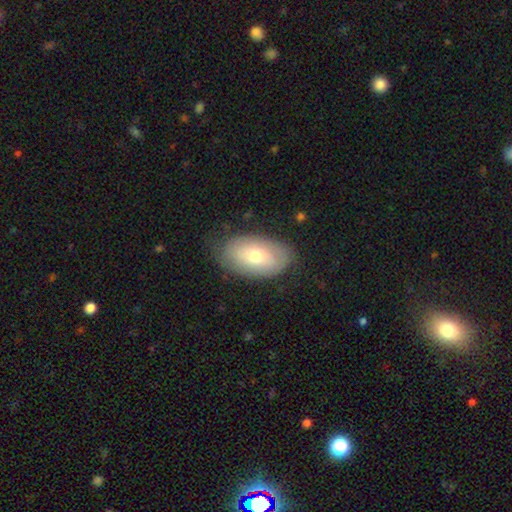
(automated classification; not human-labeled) The model was most divided on "smooth or featured": smooth: 62%, featured or disk: 32%, star or artifact: 7%. More confident: how rounded — in between (92%); merging — none (77%).